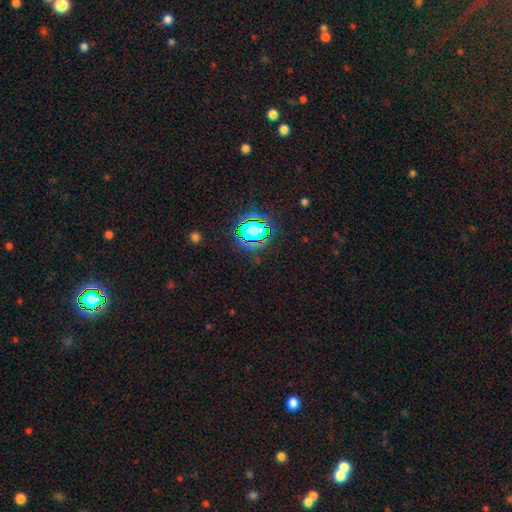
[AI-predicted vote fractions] This is likely a star or artifact rather than a galaxy (78%).